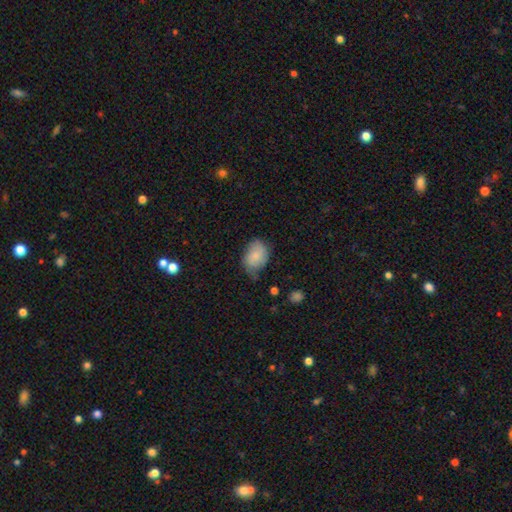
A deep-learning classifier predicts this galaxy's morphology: Smooth or featured: smooth — 81% (featured or disk — 12%)
How rounded: in between — 79% (round — 20%)
Merging: none — 54% (minor disturbance — 35%)